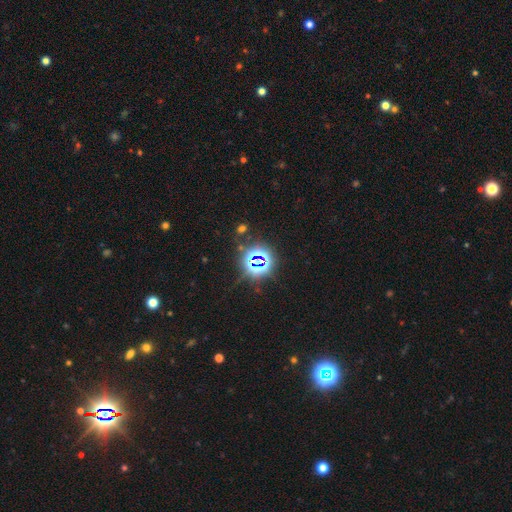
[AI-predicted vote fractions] Morphology: type=star or artifact (79%).